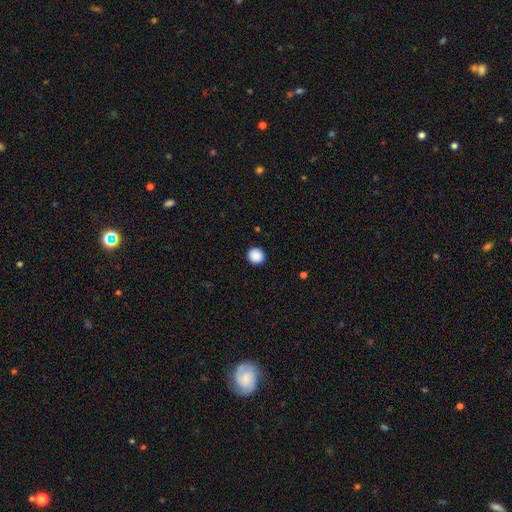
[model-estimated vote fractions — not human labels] Smooth or featured? smooth (89%)
How rounded? round (89%)
Merging? none (93%)